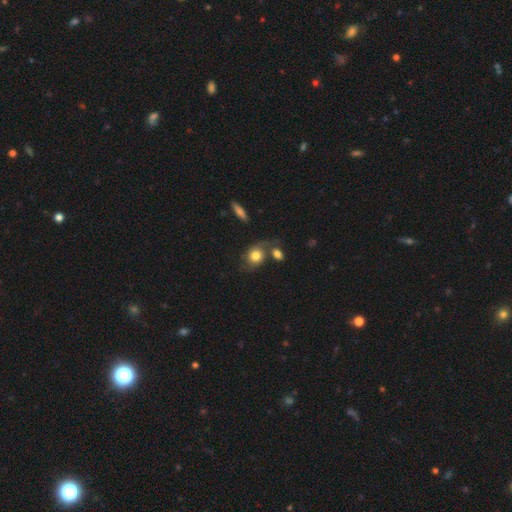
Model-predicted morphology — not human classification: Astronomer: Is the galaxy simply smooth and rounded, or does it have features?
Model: smooth — 67%.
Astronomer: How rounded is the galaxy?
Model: round — 56% (runner-up: in between, 42%).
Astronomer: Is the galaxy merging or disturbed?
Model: none — 46% (runner-up: merger, 24%).